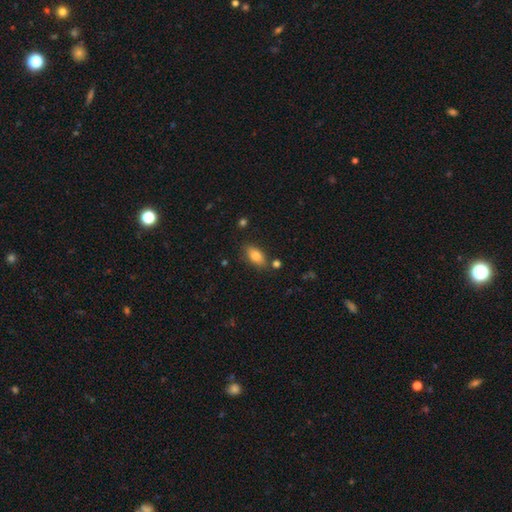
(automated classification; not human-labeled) smooth-or-featured: smooth: 82% | featured or disk: 10% | star or artifact: 8%
  how-rounded: in between: 89% | cigar-shaped: 7% | round: 4%
  merging: none: 79% | minor disturbance: 13% | merger: 5% | major disturbance: 3%